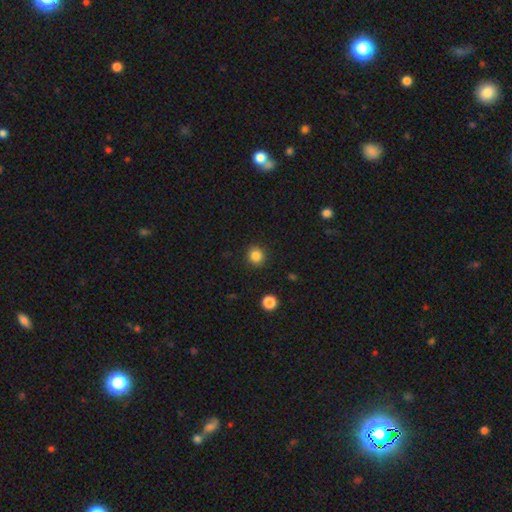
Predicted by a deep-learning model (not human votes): Smooth or featured? smooth (84%)
How rounded? round (90%)
Merging? none (91%)